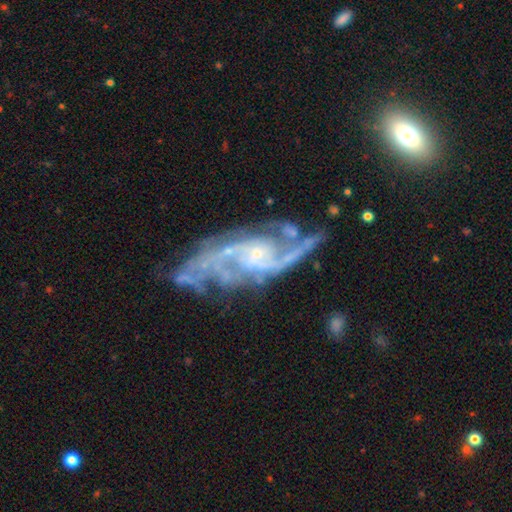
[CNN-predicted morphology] Smooth or featured?
  - featured or disk: 91% *
  - star or artifact: 6%
  - smooth: 3%
Edge-on disk?
  - no: 96% *
  - yes: 4%
Bar?
  - no: 57% *
  - weak: 32%
  - strong: 10%
Spiral arms?
  - yes: 97% *
  - no: 3%
Spiral winding?
  - medium: 51% *
  - tight: 25%
  - loose: 23%
Spiral arm count?
  - 2: 55% *
  - 3: 16%
  - can't tell: 12%
  - 4: 7%
  - more than 4: 5%
  - 1: 5%
Bulge size?
  - small: 78% *
  - moderate: 15%
  - none: 5%
  - large: 1%
  - dominant: 1%
Merging?
  - none: 54% *
  - minor disturbance: 22%
  - major disturbance: 19%
  - merger: 6%